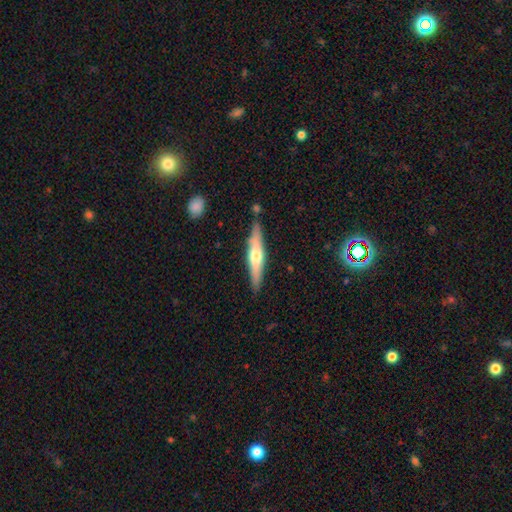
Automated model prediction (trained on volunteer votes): The model was most divided on "smooth or featured": featured or disk: 54%, smooth: 41%, star or artifact: 5%. More confident: edge-on disk — yes (94%); edge-on bulge — rounded (86%); merging — none (84%).